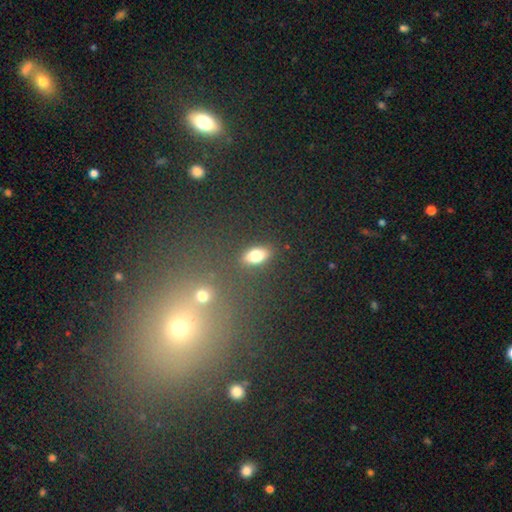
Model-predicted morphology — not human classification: smooth 78%, star or artifact 11%, featured or disk 11%. Down the decision tree: how rounded — in between (85%); merging — none (85%).